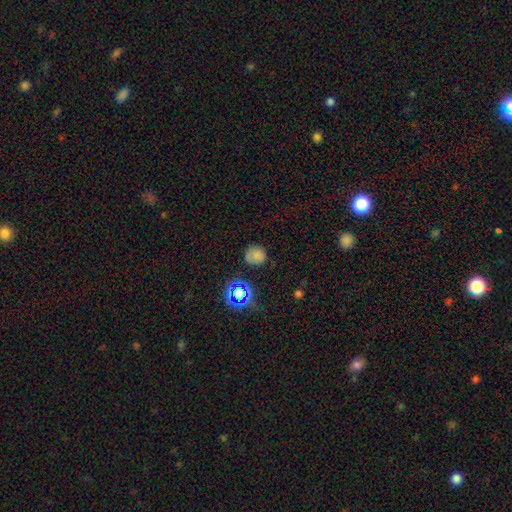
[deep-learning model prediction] This appears to be a smooth galaxy with no disk features (72%) that is round (85%). Merging: none (77%).